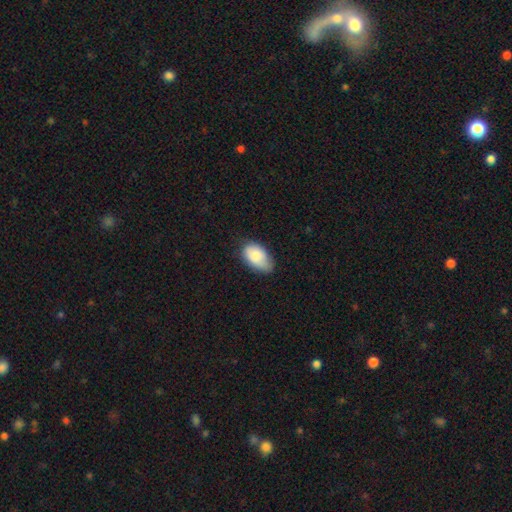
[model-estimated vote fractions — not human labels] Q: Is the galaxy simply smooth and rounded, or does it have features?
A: smooth — 82%.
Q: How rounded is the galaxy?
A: in between — 94%.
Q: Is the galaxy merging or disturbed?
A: none — 62%.